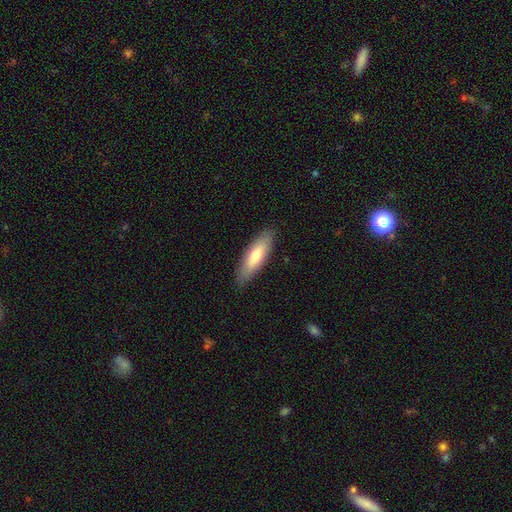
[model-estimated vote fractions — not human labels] Smooth or featured?
  - smooth: 71% *
  - featured or disk: 23%
  - star or artifact: 6%
How rounded?
  - cigar-shaped: 58% *
  - in between: 40%
  - round: 2%
Merging?
  - none: 87% *
  - minor disturbance: 10%
  - major disturbance: 2%
  - merger: 1%